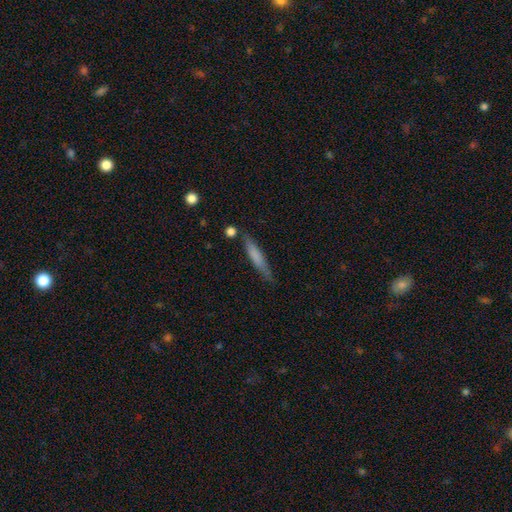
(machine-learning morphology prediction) smooth 69%, featured or disk 25%, star or artifact 6%. Down the decision tree: how rounded — cigar-shaped (90%); merging — none (75%).